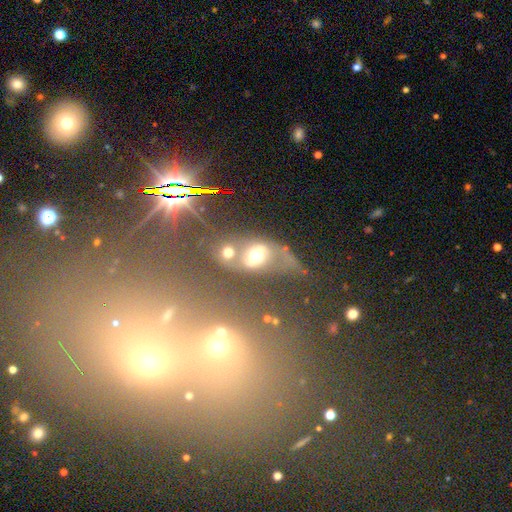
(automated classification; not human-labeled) Smooth or featured? smooth (43%)
Merging? merger (39%)